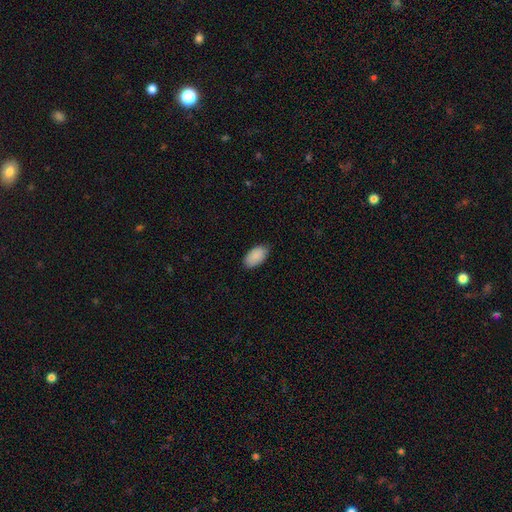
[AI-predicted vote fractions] Morphology: type=smooth (90%); roundness=in between (95%); merging=none (82%).